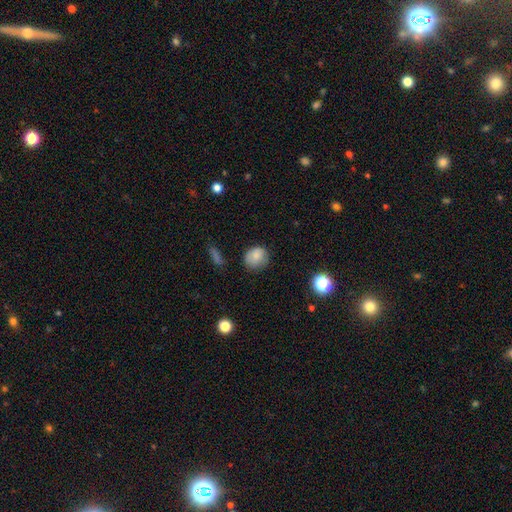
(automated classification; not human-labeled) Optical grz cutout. It shows a smooth galaxy with no disk features (84%) that is round (70%). Merging: none (73%).